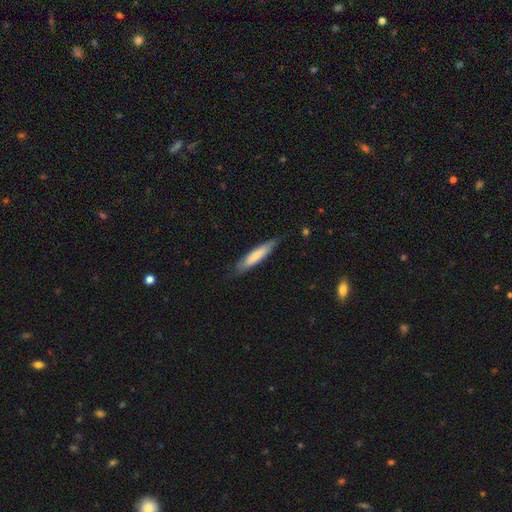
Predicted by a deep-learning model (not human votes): Smooth or featured? Predicted: smooth (p=0.74). How rounded? Predicted: cigar-shaped (p=0.85). Merging? Predicted: none (p=0.78).